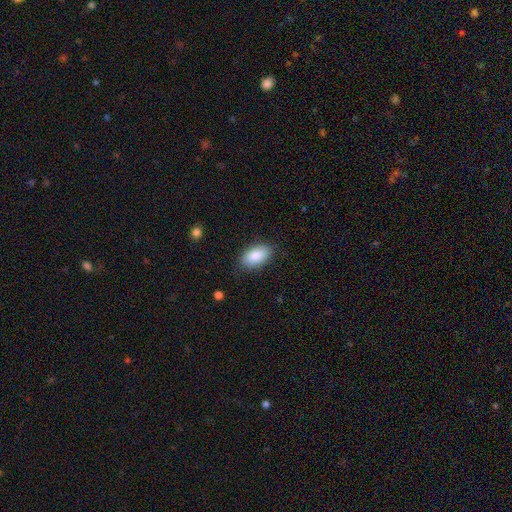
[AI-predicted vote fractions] Smooth or featured?
  - smooth: 88% *
  - star or artifact: 6%
  - featured or disk: 6%
How rounded?
  - in between: 94% *
  - round: 4%
  - cigar-shaped: 2%
Merging?
  - none: 83% *
  - minor disturbance: 13%
  - major disturbance: 3%
  - merger: 1%